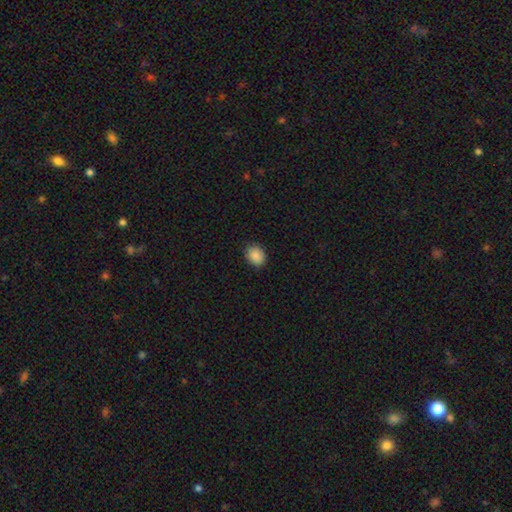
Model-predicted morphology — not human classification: This is clearly a smooth galaxy (88%). How rounded: possibly round (52%). Merging: clearly none (86%).